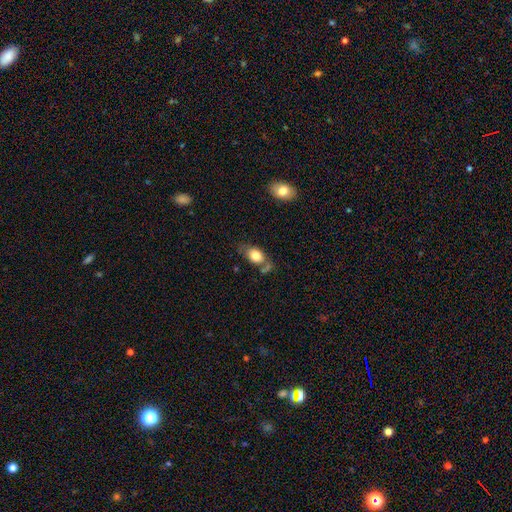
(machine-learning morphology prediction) Smooth or featured?
  - smooth: 76% *
  - featured or disk: 17%
  - star or artifact: 7%
How rounded?
  - in between: 81% *
  - round: 16%
  - cigar-shaped: 2%
Merging?
  - none: 47% *
  - minor disturbance: 23%
  - merger: 19%
  - major disturbance: 11%